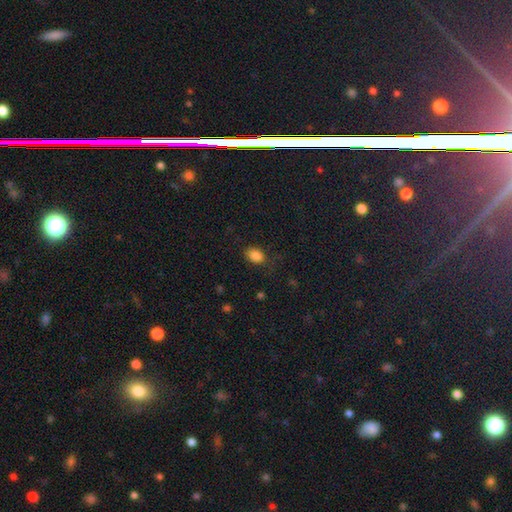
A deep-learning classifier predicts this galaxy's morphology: Smooth or featured? smooth (85%)
How rounded? in between (76%)
Merging? none (75%)